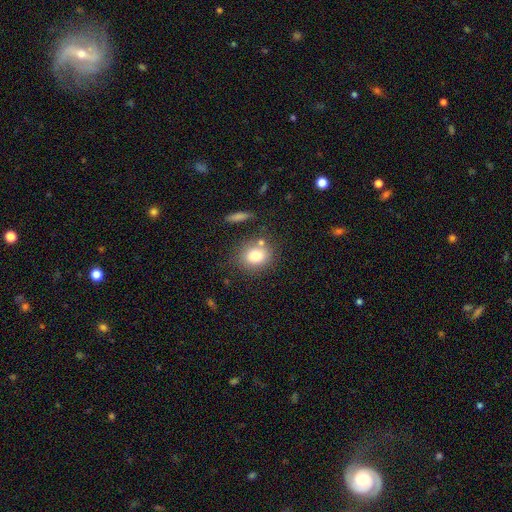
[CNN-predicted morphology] type=smooth (77%); roundness=round (68%); merging=none (71%).